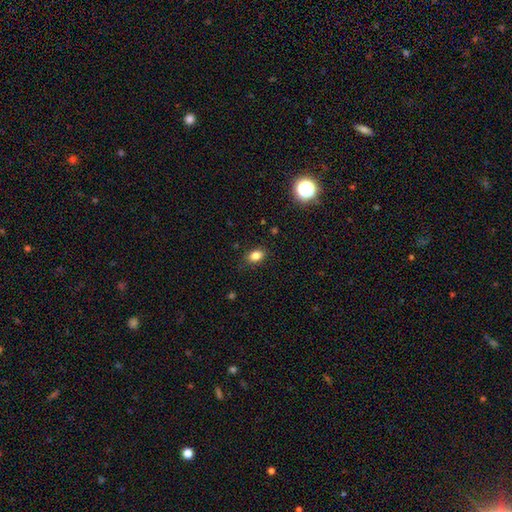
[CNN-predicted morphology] Overall: smooth (83%). How rounded: in between (81%). Merging: none (86%).